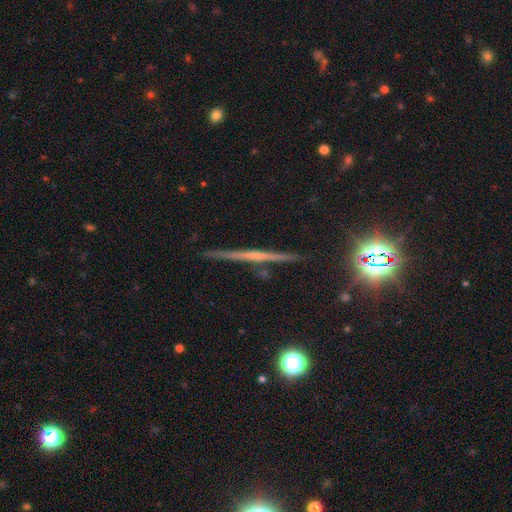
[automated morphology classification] This is likely a featured or disk galaxy (71%). It is clearly viewed edge-on (98%). Edge-on bulge: possibly rounded (48%). Merging: clearly none (91%).